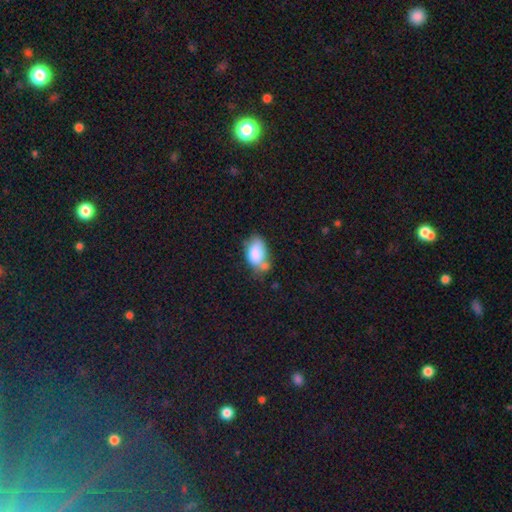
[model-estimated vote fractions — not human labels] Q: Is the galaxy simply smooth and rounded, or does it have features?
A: smooth — 82%.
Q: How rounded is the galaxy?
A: in between — 91%.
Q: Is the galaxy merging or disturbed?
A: none — 38%.